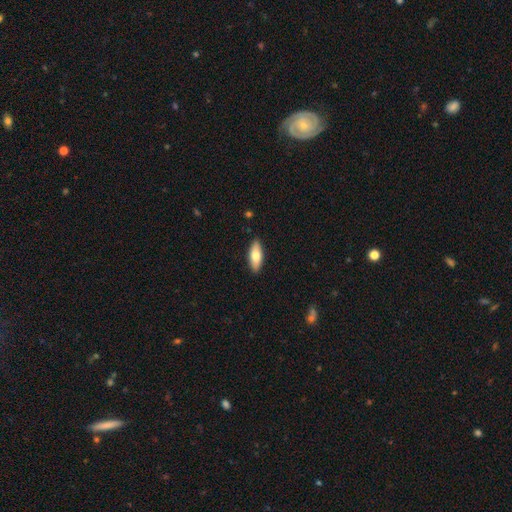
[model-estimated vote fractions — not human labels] Smooth or featured? Predicted: smooth (p=0.71). How rounded? Predicted: in between (p=0.72). Merging? Predicted: none (p=0.89).